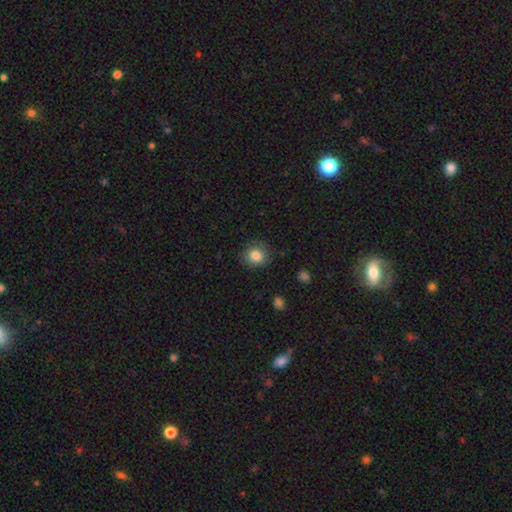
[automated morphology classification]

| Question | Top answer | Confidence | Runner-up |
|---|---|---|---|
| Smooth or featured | smooth | 83% | star or artifact (10%) |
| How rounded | round | 84% | in between (15%) |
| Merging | none | 84% | minor disturbance (12%) |